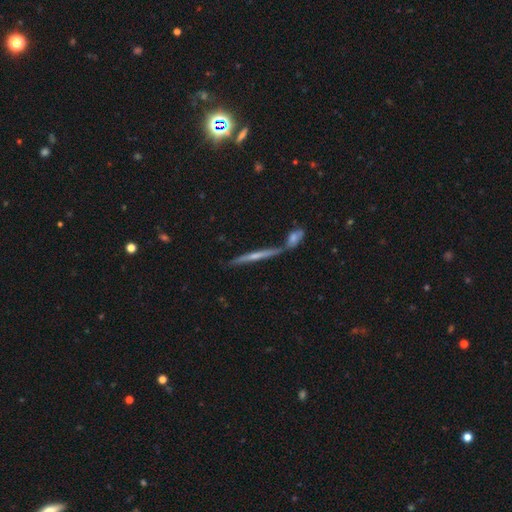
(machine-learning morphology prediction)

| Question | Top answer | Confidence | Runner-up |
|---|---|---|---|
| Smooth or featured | featured or disk | 66% | smooth (26%) |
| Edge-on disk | yes | 95% | no (5%) |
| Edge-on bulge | rounded | 52% | none (40%) |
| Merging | none | 67% | merger (20%) |